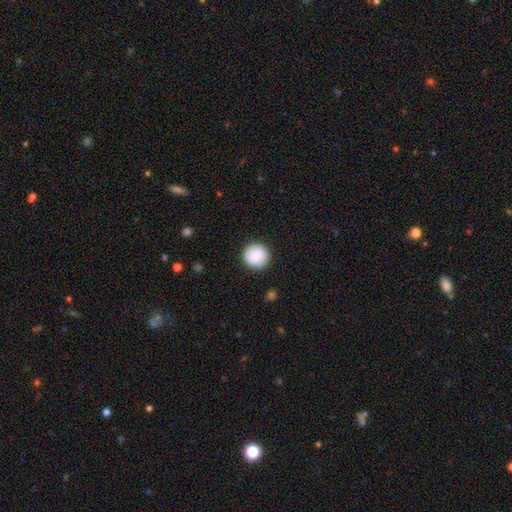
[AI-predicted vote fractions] smooth_or_featured: smooth (p=0.88) [alt: star or artifact p=0.07]
how_rounded: round (p=0.95) [alt: in between p=0.04]
merging: none (p=0.90) [alt: minor disturbance p=0.07]